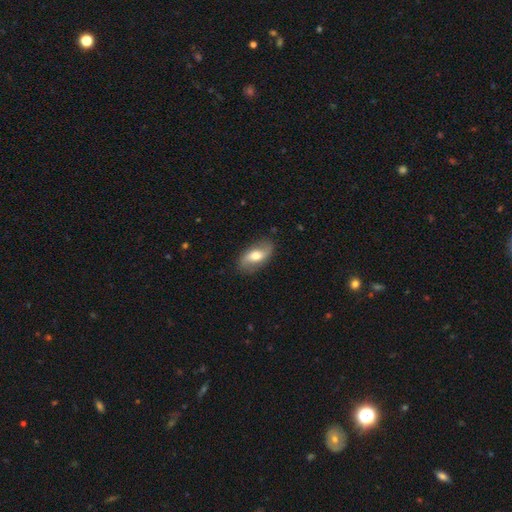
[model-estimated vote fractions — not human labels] smooth_or_featured: featured or disk (p=0.53) [alt: smooth p=0.40]
disk_edge_on: no (p=0.89) [alt: yes p=0.11]
merging: none (p=0.81) [alt: minor disturbance p=0.14]